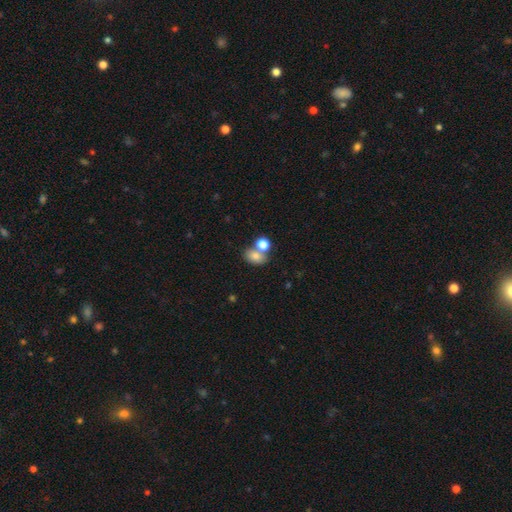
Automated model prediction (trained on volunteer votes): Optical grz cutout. It shows a smooth galaxy with no disk features (78%) that is in between round and cigar-shaped (67%). Merging: none (48%).